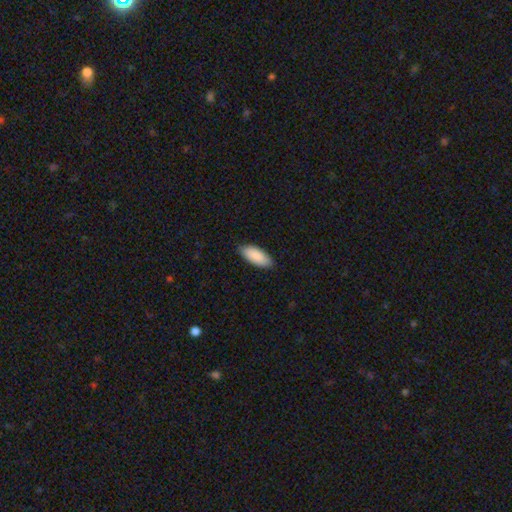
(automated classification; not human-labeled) smooth-or-featured: smooth: 89% | featured or disk: 6% | star or artifact: 5%
  how-rounded: in between: 85% | cigar-shaped: 13% | round: 2%
  merging: none: 87% | minor disturbance: 10% | major disturbance: 2% | merger: 1%